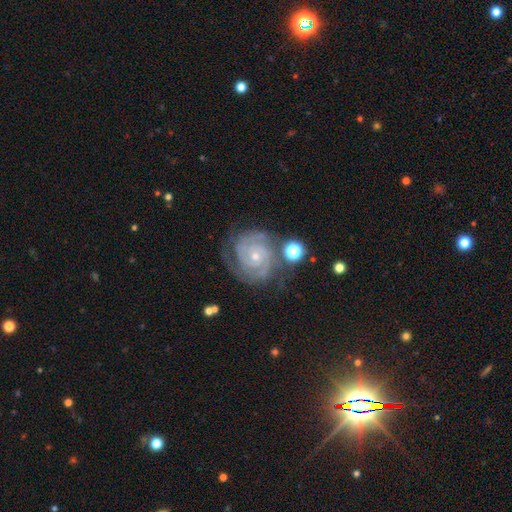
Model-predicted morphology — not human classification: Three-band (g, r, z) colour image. It shows a featured or disk galaxy (91%) with no bar (73%), 2 (51%) tight (80%) spiral arms (98%) and a small central bulge (70%). Merging: none (74%).